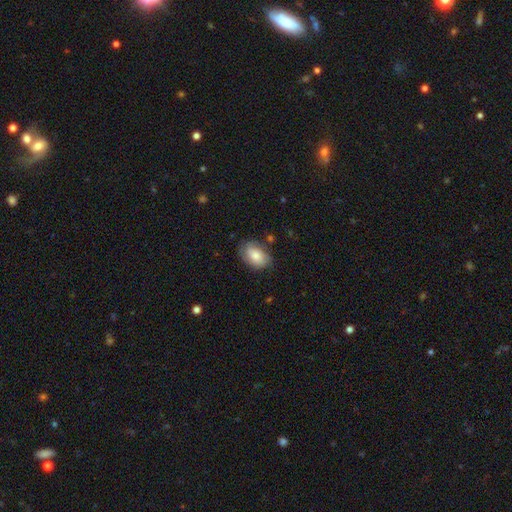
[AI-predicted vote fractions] A smooth galaxy with no disk features (74%) that is in between round and cigar-shaped (86%).

Vote fractions:
- Smooth or featured? smooth: 74% / featured or disk: 19% / star or artifact: 7%
- How rounded? in between: 86% / round: 13% / cigar-shaped: 1%
- Merging? none: 71% / minor disturbance: 22% / major disturbance: 5% / merger: 2%